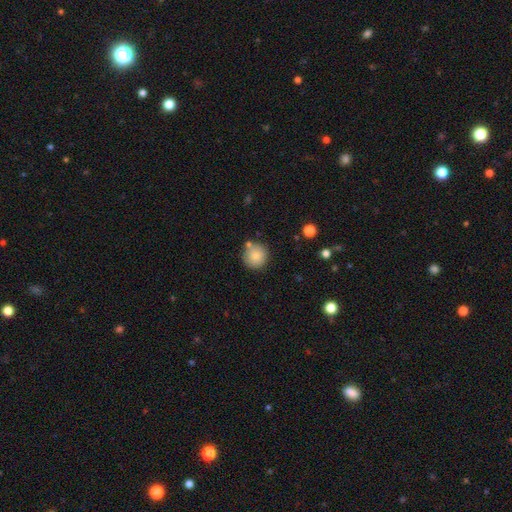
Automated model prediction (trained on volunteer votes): Smooth or featured? smooth (82%)
How rounded? round (94%)
Merging? none (79%)